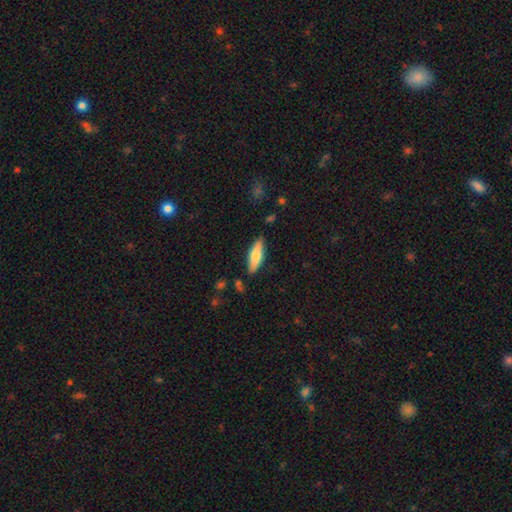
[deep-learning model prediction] Q: Smooth or featured?
A: smooth (70%); runner-up: featured or disk (25%)
Q: How rounded?
A: cigar-shaped (50%); runner-up: in between (48%)
Q: Merging?
A: none (84%); runner-up: minor disturbance (12%)